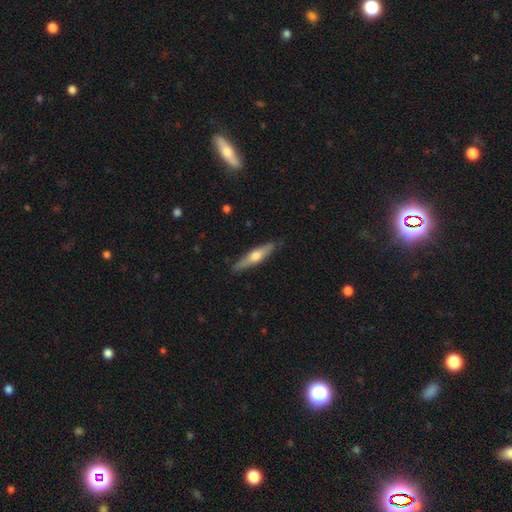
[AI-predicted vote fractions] featured or disk 49%, smooth 45%, star or artifact 5%. Down the decision tree: merging — none (87%).